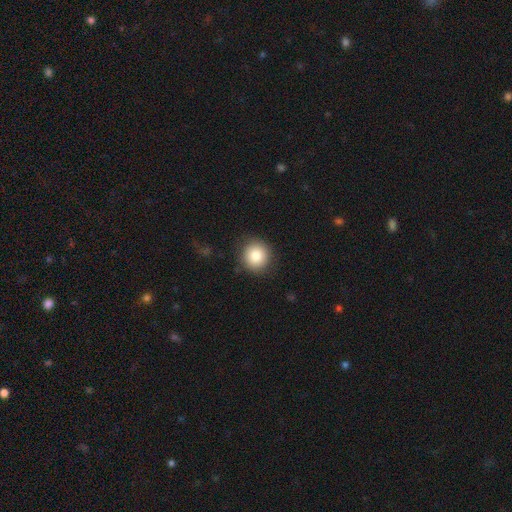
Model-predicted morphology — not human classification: Smooth or featured? smooth (83%)
How rounded? round (91%)
Merging? none (87%)